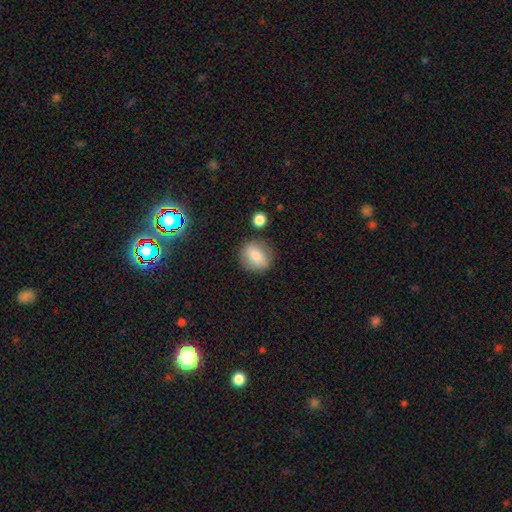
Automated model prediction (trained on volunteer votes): The model was most divided on "how rounded": round: 61%, in between: 37%, cigar-shaped: 2%. More confident: smooth or featured — smooth (79%); merging — none (78%).